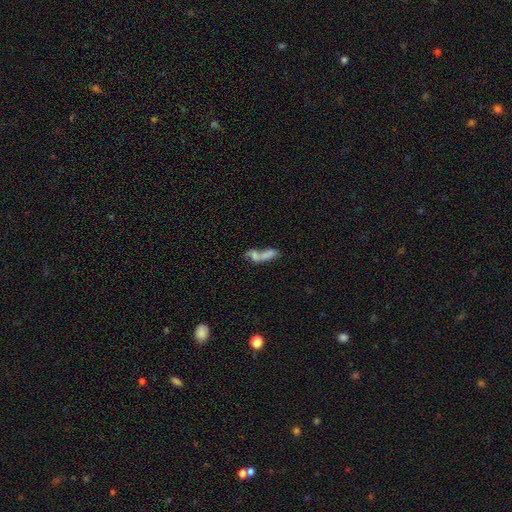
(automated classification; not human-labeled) This is possibly a smooth galaxy (55%). How rounded: likely in between (65%). Merging: likely merger (68%).